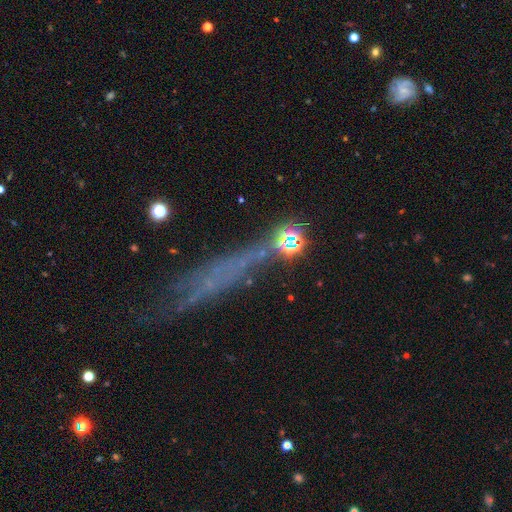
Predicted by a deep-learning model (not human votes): Overall: featured or disk (40%; smooth 37%). Merging: none (56%; minor disturbance 22%).